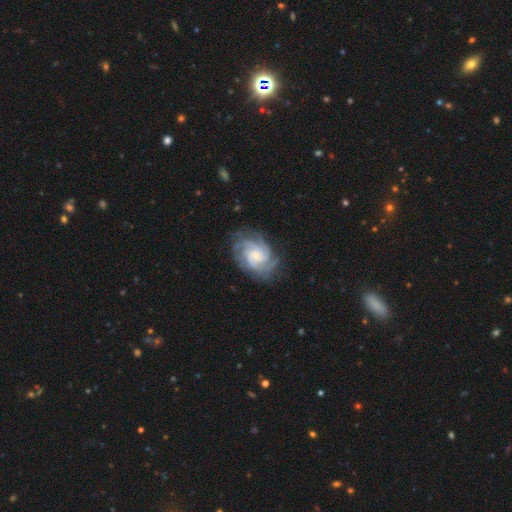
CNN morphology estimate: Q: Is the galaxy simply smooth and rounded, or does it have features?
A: featured or disk — 89%.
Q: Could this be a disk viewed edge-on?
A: no — 98%.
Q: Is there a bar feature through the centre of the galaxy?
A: no — 54%.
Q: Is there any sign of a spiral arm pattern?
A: yes — 98%.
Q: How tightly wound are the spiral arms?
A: tight — 66%.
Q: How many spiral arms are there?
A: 4 — 29%.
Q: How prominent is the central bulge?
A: small — 56%.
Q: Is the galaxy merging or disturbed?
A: none — 77%.